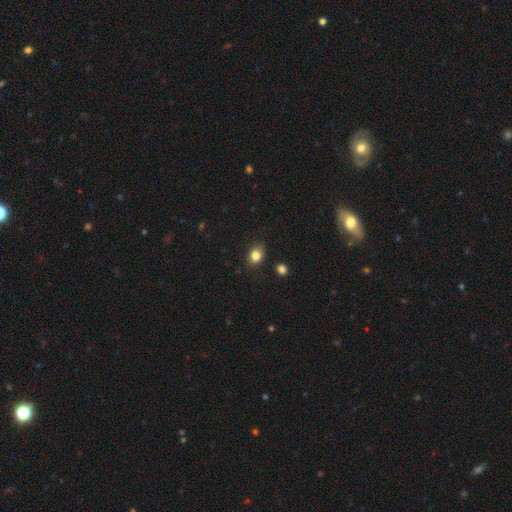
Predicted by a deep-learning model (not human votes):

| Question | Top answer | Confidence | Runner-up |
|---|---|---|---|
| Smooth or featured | smooth | 82% | star or artifact (11%) |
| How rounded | in between | 57% | round (41%) |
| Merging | none | 82% | minor disturbance (13%) |